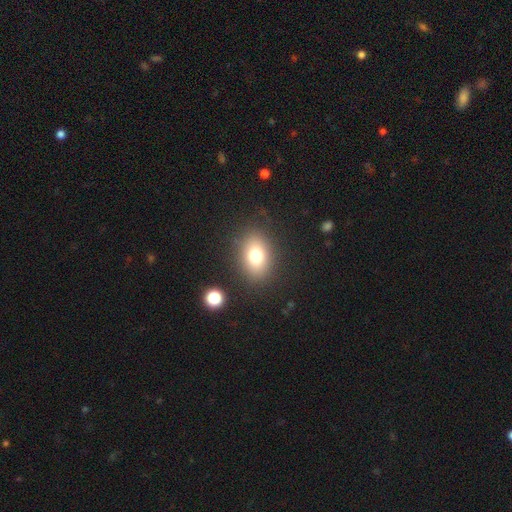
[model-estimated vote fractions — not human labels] This is likely a smooth galaxy (75%). How rounded: likely in between (67%). Merging: clearly none (85%).